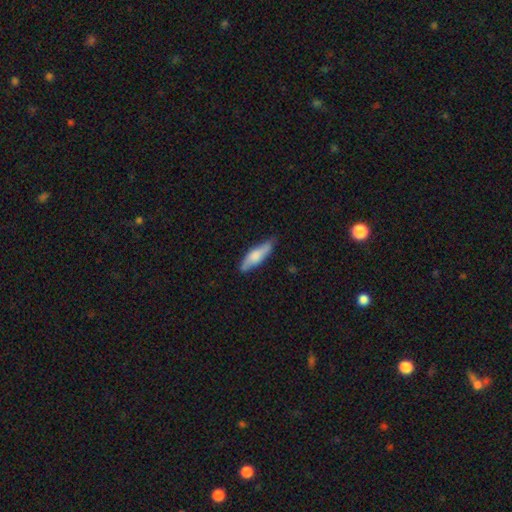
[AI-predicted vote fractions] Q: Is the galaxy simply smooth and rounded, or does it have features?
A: smooth — 67%.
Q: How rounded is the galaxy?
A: cigar-shaped — 57%.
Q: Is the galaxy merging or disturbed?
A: none — 74%.